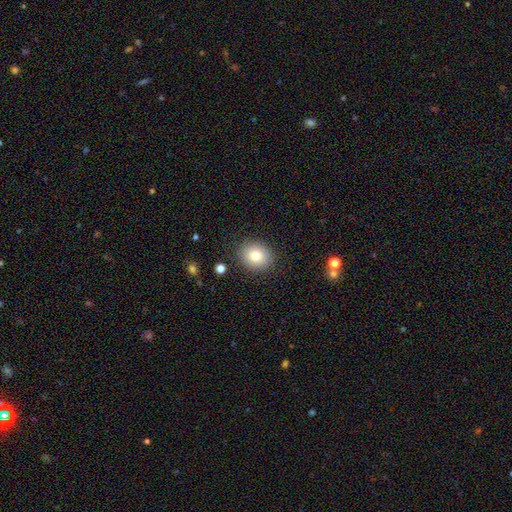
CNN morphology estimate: Overall: smooth (78%). How rounded: round (69%; in between 30%). Merging: none (87%).